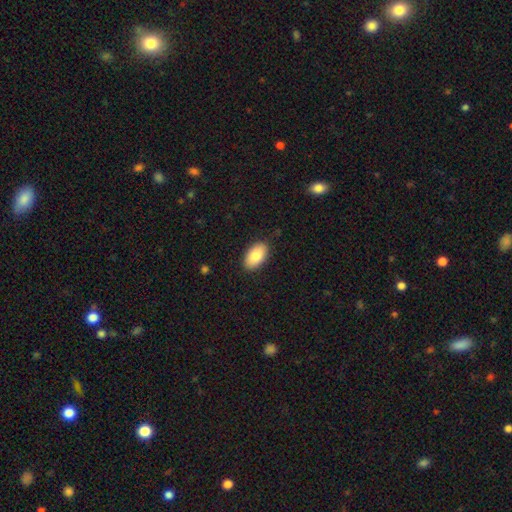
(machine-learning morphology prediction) Q: Smooth or featured?
A: smooth (82%); runner-up: featured or disk (12%)
Q: How rounded?
A: in between (94%); runner-up: round (4%)
Q: Merging?
A: none (88%); runner-up: minor disturbance (9%)